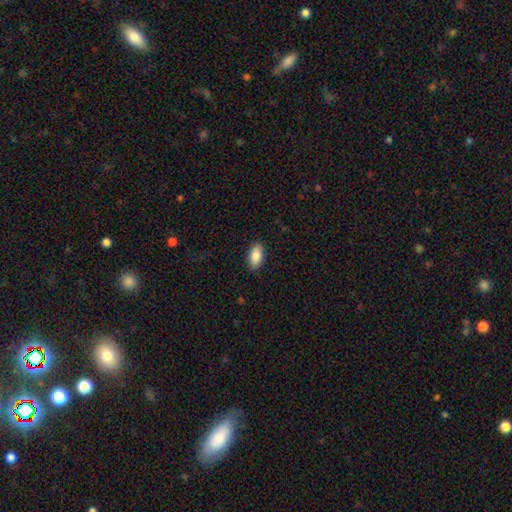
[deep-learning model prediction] Smooth or featured: smooth — 88% (star or artifact — 7%)
How rounded: in between — 93% (cigar-shaped — 4%)
Merging: none — 87% (minor disturbance — 9%)